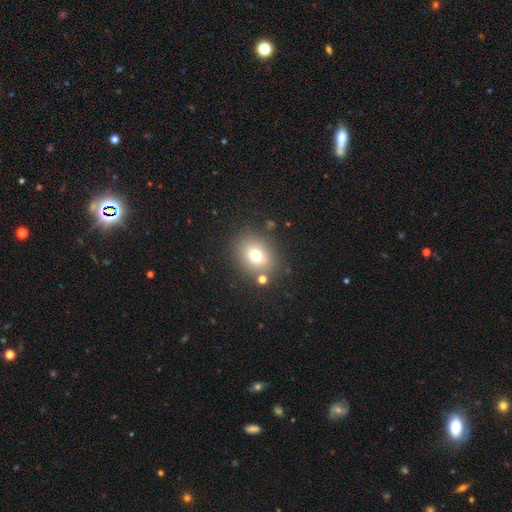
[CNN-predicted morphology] smooth-or-featured: smooth: 72% | star or artifact: 14% | featured or disk: 14%
  how-rounded: round: 64% | in between: 35% | cigar-shaped: 1%
  merging: none: 78% | minor disturbance: 11% | merger: 7% | major disturbance: 4%